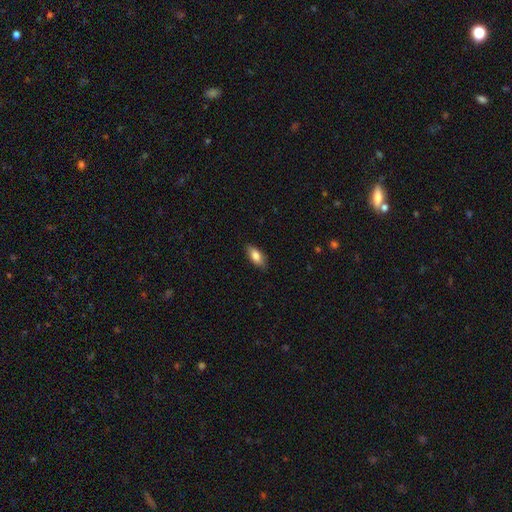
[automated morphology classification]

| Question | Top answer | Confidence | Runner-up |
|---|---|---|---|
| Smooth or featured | smooth | 79% | featured or disk (14%) |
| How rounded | in between | 81% | cigar-shaped (17%) |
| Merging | none | 84% | minor disturbance (13%) |